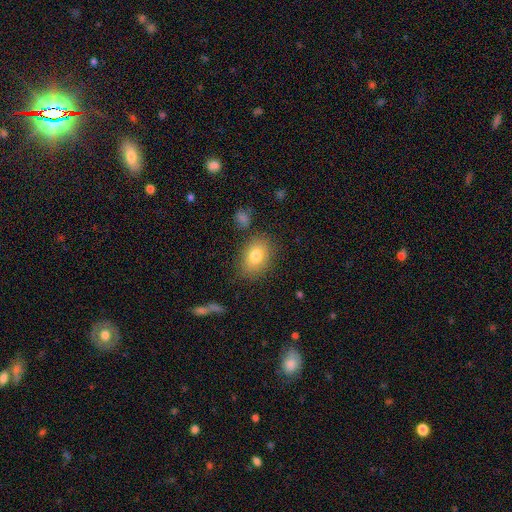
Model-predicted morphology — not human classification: type=smooth (78%); roundness=in between (75%); merging=none (79%).